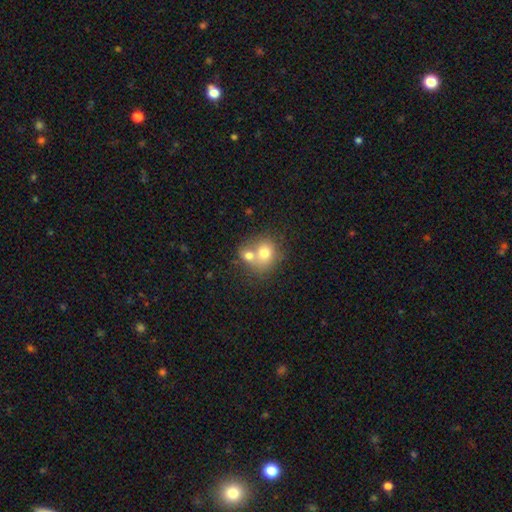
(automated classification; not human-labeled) Smooth or featured?
  - smooth: 69% *
  - featured or disk: 20%
  - star or artifact: 11%
How rounded?
  - round: 76% *
  - in between: 23%
  - cigar-shaped: 1%
Merging?
  - merger: 57% *
  - none: 33%
  - minor disturbance: 7%
  - major disturbance: 3%